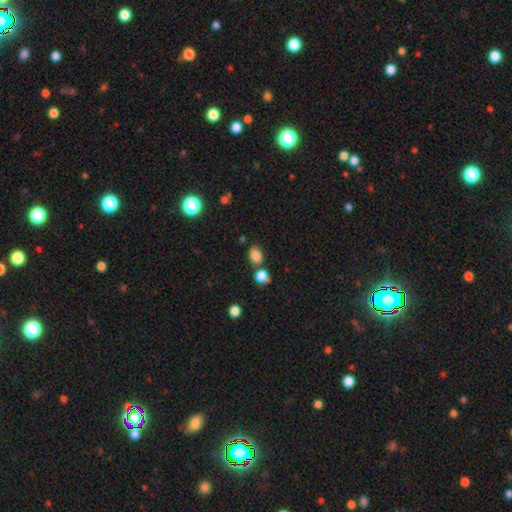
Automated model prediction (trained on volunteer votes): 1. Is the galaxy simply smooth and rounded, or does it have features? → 83% smooth, 12% star or artifact, 6% featured or disk.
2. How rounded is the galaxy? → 73% in between, 26% round, 1% cigar-shaped.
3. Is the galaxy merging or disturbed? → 67% none, 17% merger, 12% minor disturbance, 3% major disturbance.